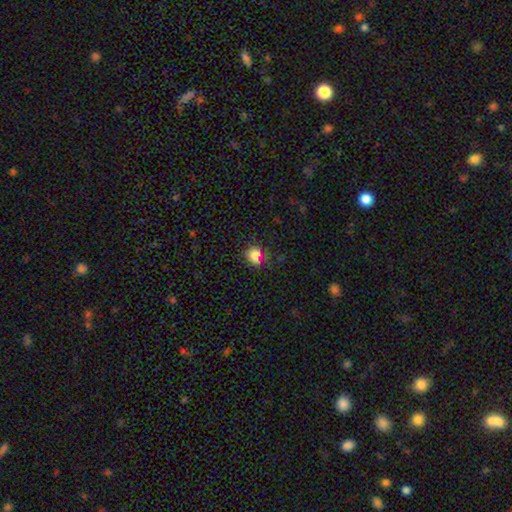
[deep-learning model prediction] A smooth galaxy with no disk features (81%) that is round (76%). Merging: none (74%).